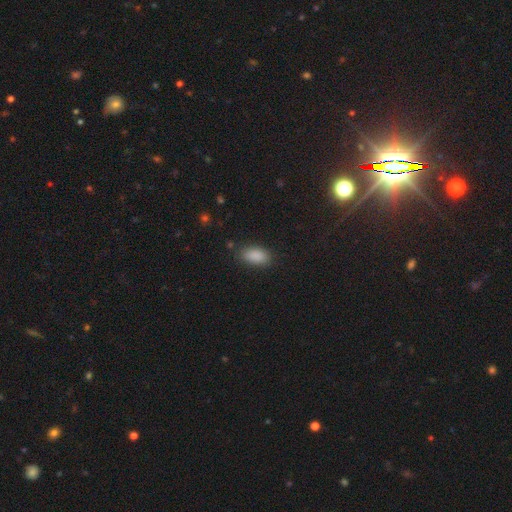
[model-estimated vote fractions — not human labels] Smooth or featured? Predicted: smooth (p=0.89). How rounded? Predicted: in between (p=0.91). Merging? Predicted: none (p=0.83).